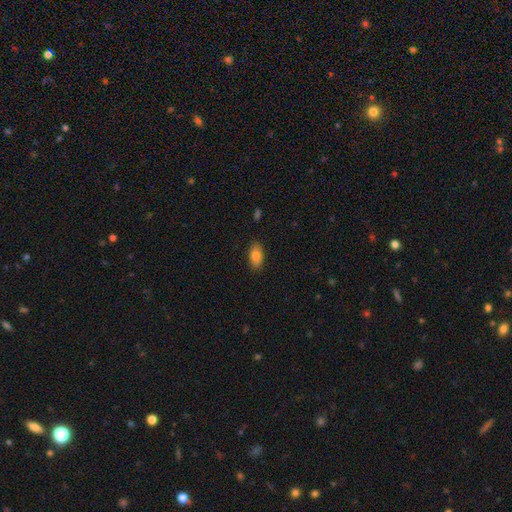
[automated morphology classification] smooth 82%, featured or disk 11%, star or artifact 8%. Down the decision tree: how rounded — in between (91%); merging — none (86%).